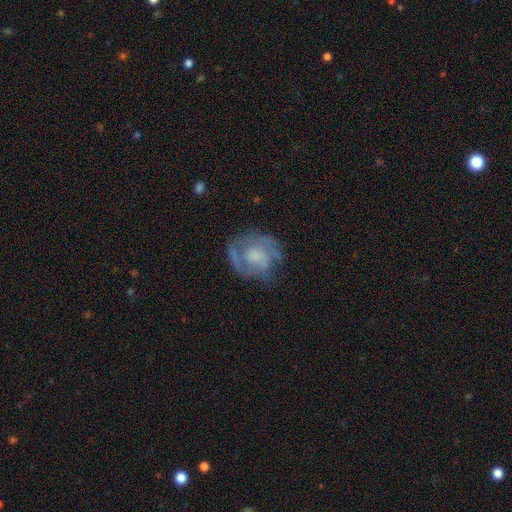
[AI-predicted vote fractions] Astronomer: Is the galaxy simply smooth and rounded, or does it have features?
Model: featured or disk — 71%.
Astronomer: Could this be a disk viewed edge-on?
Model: no — 97%.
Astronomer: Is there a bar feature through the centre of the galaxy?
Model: no — 70%.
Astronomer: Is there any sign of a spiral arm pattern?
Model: yes — 82%.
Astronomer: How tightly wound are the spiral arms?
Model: tight — 46% (runner-up: medium, 40%).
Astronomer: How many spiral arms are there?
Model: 2 — 46% (runner-up: can't tell, 27%).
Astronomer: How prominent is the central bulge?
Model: moderate — 37% (runner-up: small, 25%).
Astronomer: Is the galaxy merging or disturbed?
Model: none — 68%.